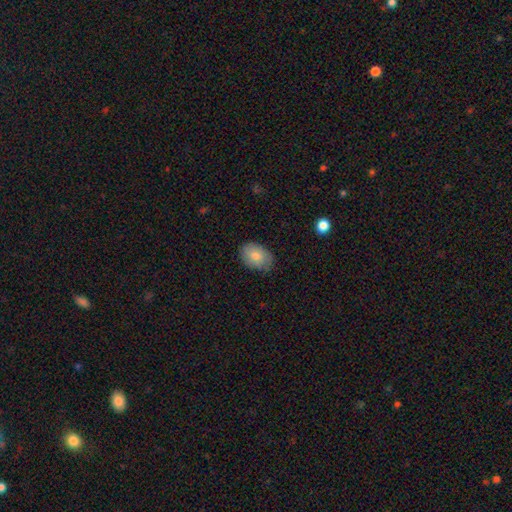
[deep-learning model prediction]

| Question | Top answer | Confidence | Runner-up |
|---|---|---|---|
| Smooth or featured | smooth | 79% | featured or disk (14%) |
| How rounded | in between | 81% | round (18%) |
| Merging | none | 79% | minor disturbance (17%) |